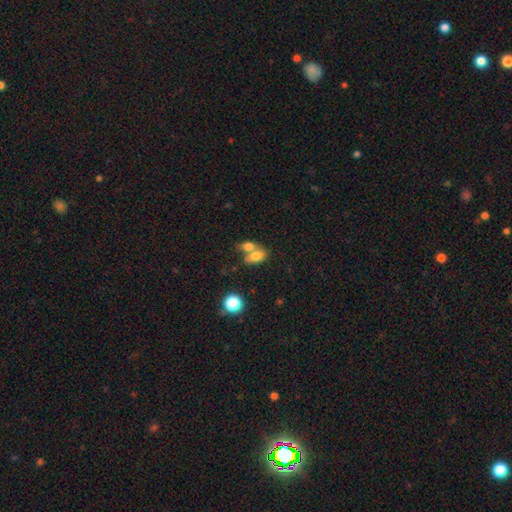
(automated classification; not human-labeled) The model was most divided on "merging": merger: 60%, none: 27%, minor disturbance: 8%, major disturbance: 4%. More confident: how rounded — in between (81%); smooth or featured — smooth (76%).